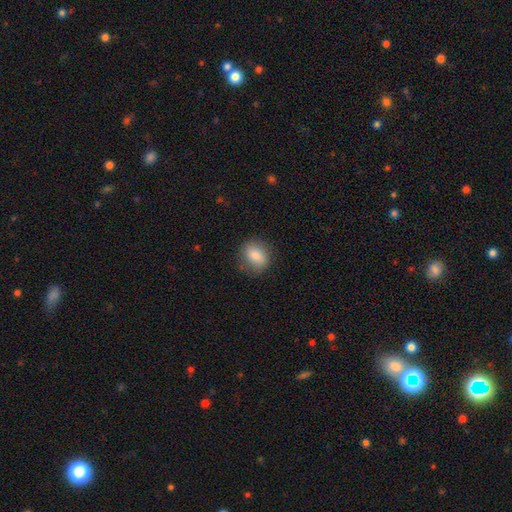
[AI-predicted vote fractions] smooth-or-featured: smooth: 80% | featured or disk: 12% | star or artifact: 8%
  how-rounded: round: 51% | in between: 47% | cigar-shaped: 2%
  merging: none: 81% | minor disturbance: 14% | major disturbance: 4% | merger: 1%